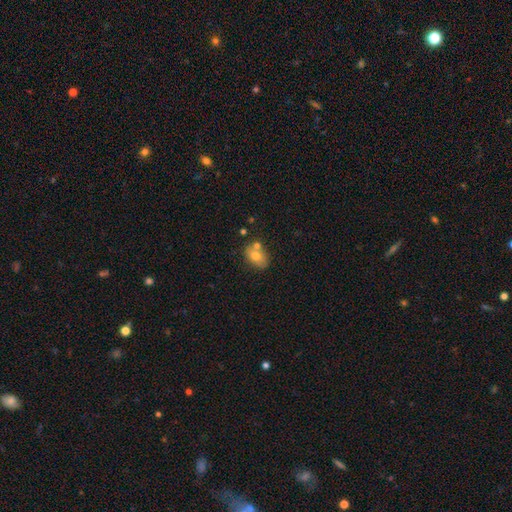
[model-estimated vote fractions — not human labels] Q: Smooth or featured?
A: smooth (72%); runner-up: featured or disk (19%)
Q: How rounded?
A: in between (75%); runner-up: round (23%)
Q: Merging?
A: none (55%); runner-up: merger (24%)